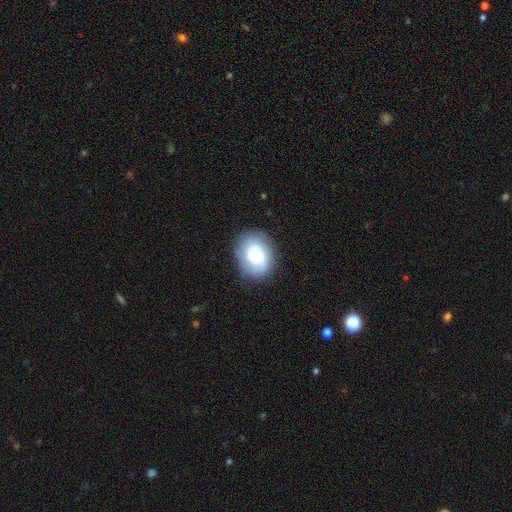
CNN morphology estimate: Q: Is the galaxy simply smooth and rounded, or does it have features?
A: smooth — 53%.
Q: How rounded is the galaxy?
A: in between — 54%.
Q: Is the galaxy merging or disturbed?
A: none — 76%.